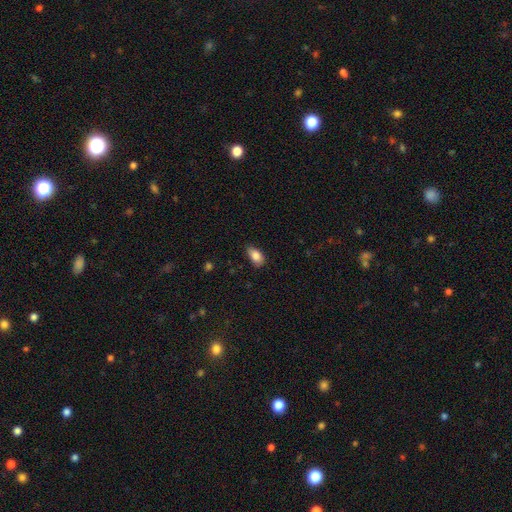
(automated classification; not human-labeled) smooth_or_featured: smooth (p=0.85) [alt: star or artifact p=0.08]
how_rounded: in between (p=0.90) [alt: round p=0.08]
merging: none (p=0.74) [alt: minor disturbance p=0.21]